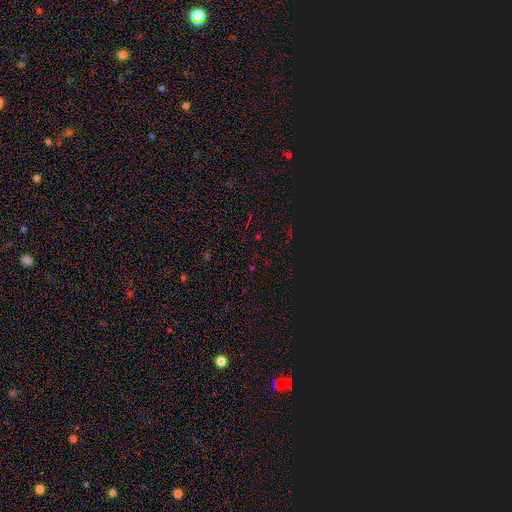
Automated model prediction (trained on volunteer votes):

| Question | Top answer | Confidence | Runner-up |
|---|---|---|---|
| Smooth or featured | star or artifact | 71% | smooth (20%) |